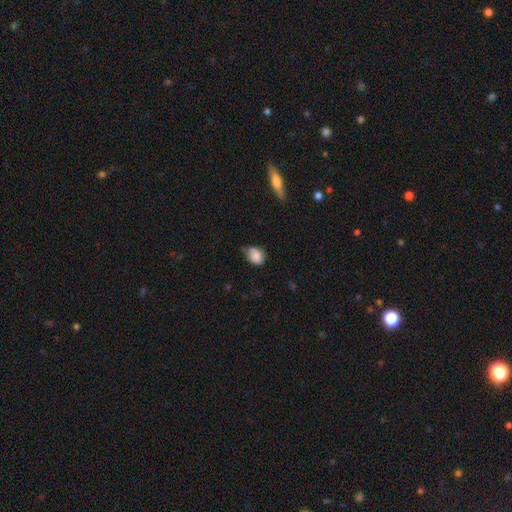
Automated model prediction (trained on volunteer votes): This appears to be a smooth galaxy with no disk features (84%) that is in between round and cigar-shaped (63%). Merging: none (48%).